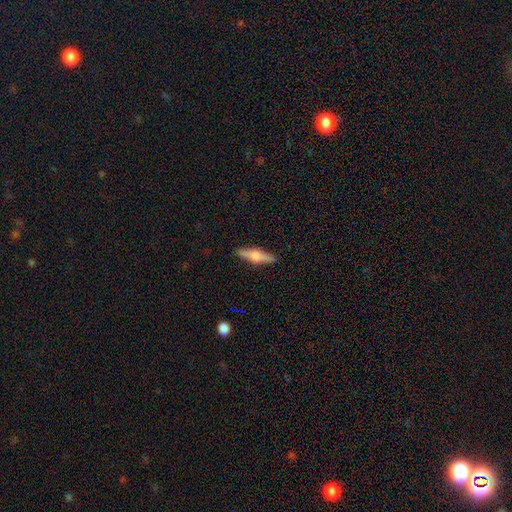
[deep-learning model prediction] Smooth or featured? smooth (51%)
How rounded? cigar-shaped (72%)
Merging? none (89%)